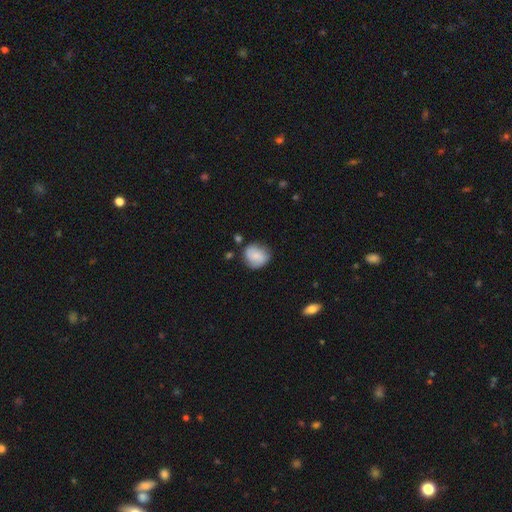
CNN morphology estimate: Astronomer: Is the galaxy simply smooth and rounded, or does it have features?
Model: smooth — 67%.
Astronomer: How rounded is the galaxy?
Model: round — 77%.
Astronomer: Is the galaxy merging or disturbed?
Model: none — 68%.